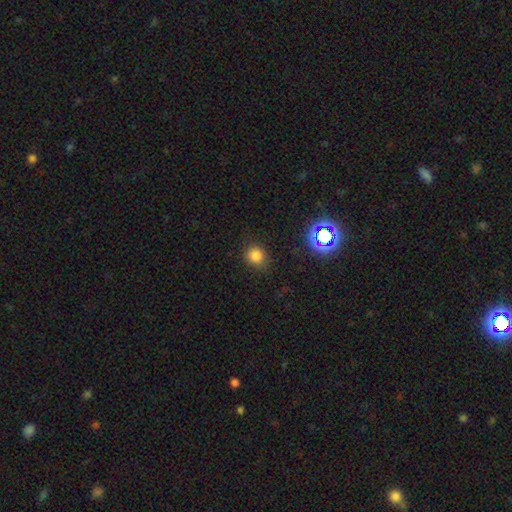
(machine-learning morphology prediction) Smooth or featured? smooth (79%)
How rounded? round (83%)
Merging? none (84%)